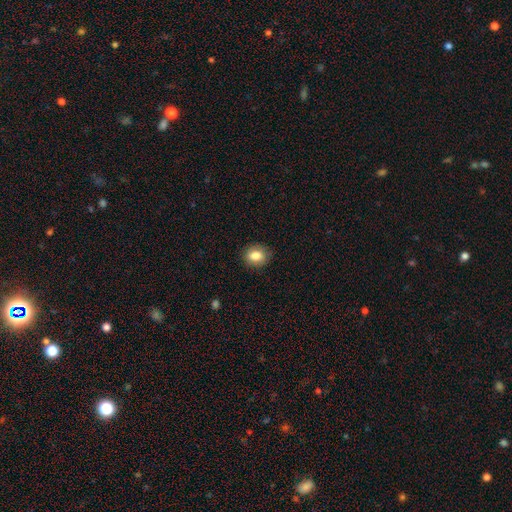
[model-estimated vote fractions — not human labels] The model was most divided on "how rounded": round: 53%, in between: 46%, cigar-shaped: 1%. More confident: merging — none (86%); smooth or featured — smooth (83%).